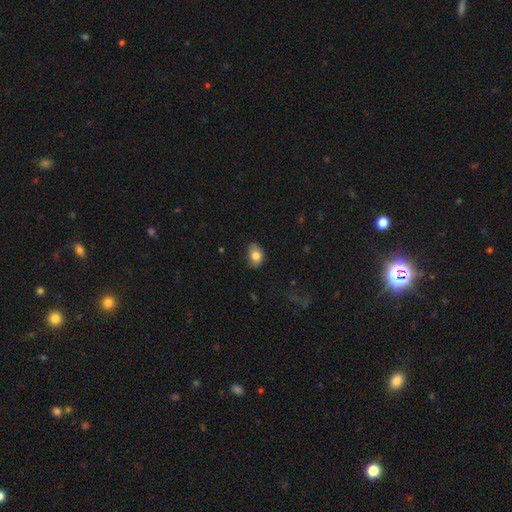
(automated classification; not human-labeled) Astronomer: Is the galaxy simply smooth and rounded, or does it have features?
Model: smooth — 80%.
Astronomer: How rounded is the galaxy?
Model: in between — 81%.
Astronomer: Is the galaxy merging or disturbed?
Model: none — 68%.